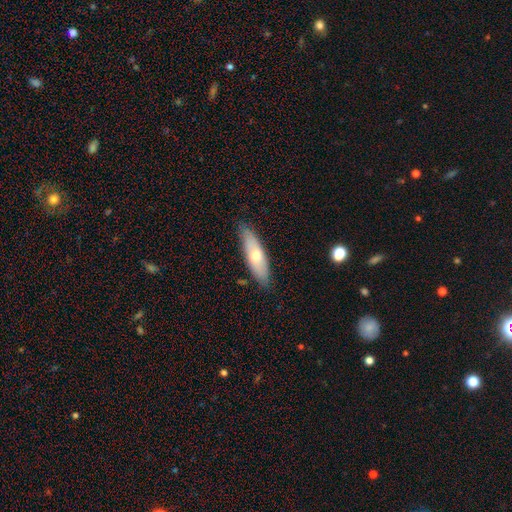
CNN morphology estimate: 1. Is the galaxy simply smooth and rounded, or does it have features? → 62% smooth, 32% featured or disk, 6% star or artifact.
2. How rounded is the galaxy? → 54% cigar-shaped, 44% in between, 2% round.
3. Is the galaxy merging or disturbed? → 84% none, 13% minor disturbance, 2% major disturbance, 1% merger.